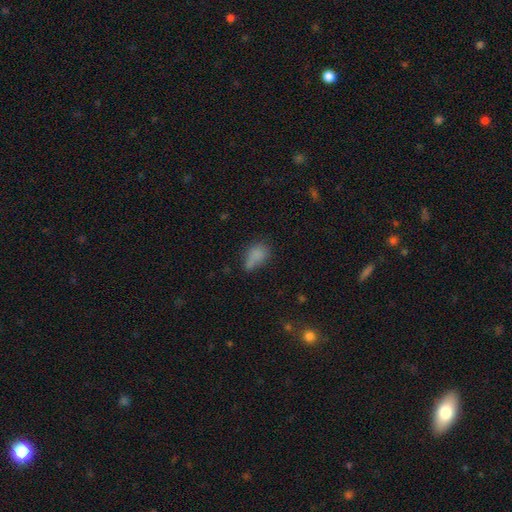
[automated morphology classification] Smooth or featured?
  - smooth: 76% *
  - star or artifact: 13%
  - featured or disk: 11%
How rounded?
  - in between: 81% *
  - round: 14%
  - cigar-shaped: 5%
Merging?
  - none: 40% *
  - minor disturbance: 29%
  - major disturbance: 17%
  - merger: 14%